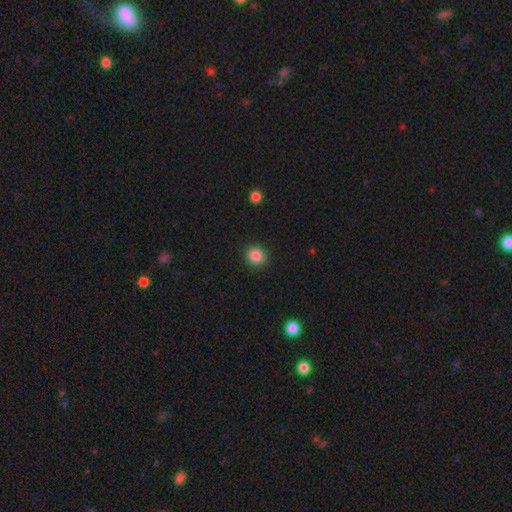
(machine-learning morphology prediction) This is clearly a smooth galaxy (86%). How rounded: likely round (78%). Merging: clearly none (90%).